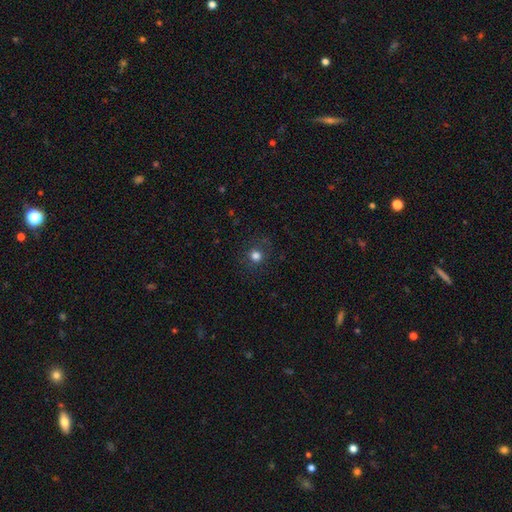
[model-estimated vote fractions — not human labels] A smooth galaxy with no disk features (78%) that is round (90%).

Vote fractions:
- Smooth or featured? smooth: 78% / star or artifact: 16% / featured or disk: 7%
- How rounded? round: 90% / in between: 9% / cigar-shaped: 1%
- Merging? none: 86% / minor disturbance: 9% / major disturbance: 4% / merger: 1%